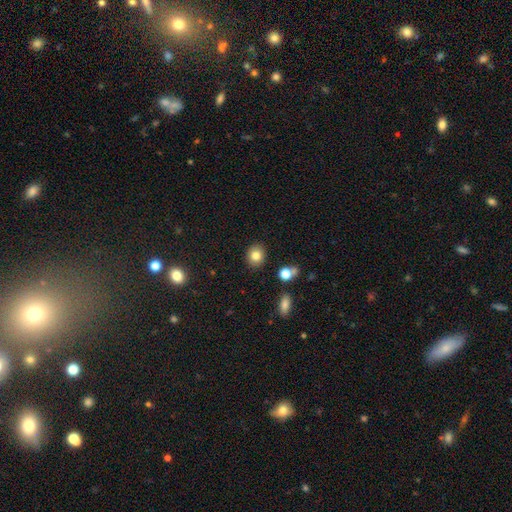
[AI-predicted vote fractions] This appears to be a smooth galaxy with no disk features (82%) that is round (67%). Merging: none (88%).